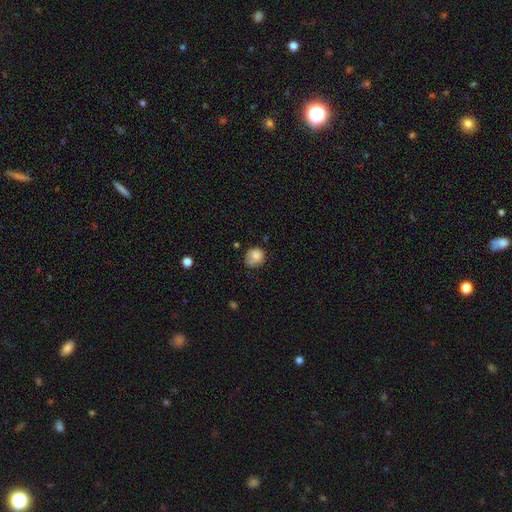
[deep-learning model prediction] Smooth or featured?
  - smooth: 80% *
  - featured or disk: 10%
  - star or artifact: 9%
How rounded?
  - round: 71% *
  - in between: 29%
  - cigar-shaped: 1%
Merging?
  - none: 53% *
  - minor disturbance: 32%
  - major disturbance: 11%
  - merger: 4%